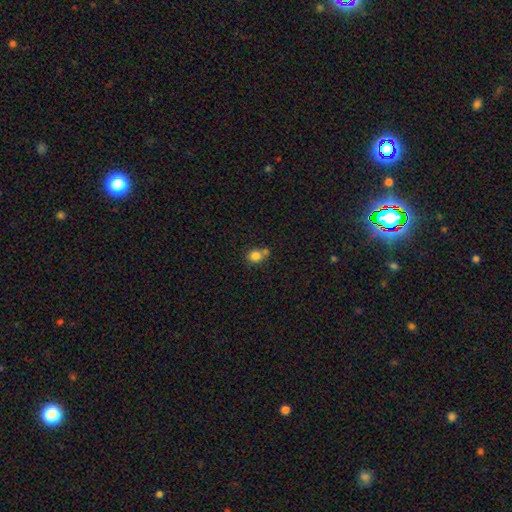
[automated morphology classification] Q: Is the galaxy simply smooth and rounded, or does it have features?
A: smooth — 82%.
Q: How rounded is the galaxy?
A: round — 75%.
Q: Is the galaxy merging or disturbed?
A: none — 54%.